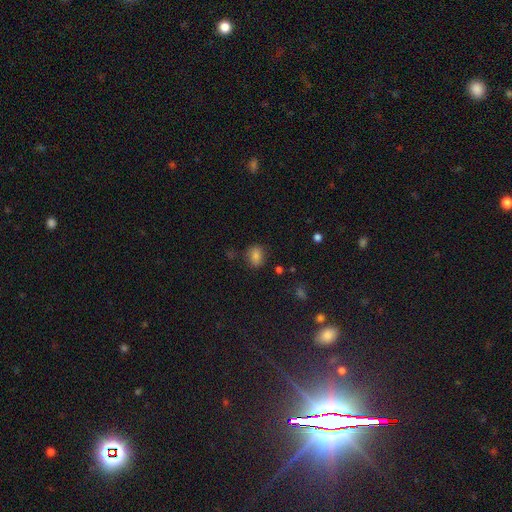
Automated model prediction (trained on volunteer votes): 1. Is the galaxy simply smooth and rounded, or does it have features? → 79% smooth, 13% star or artifact, 8% featured or disk.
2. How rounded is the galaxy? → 54% in between, 45% round, 1% cigar-shaped.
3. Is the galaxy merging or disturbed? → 77% none, 16% minor disturbance, 4% major disturbance, 3% merger.